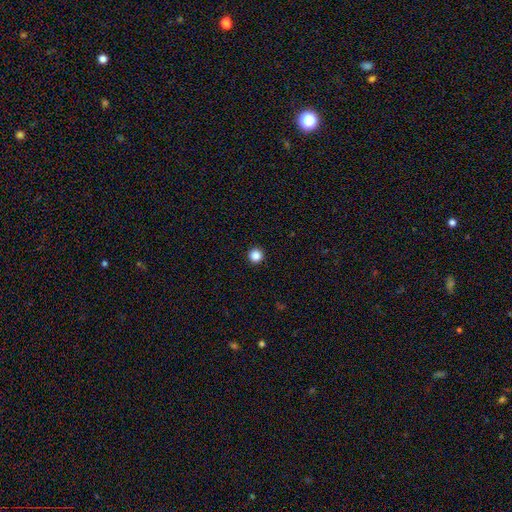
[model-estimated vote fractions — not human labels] Overall: smooth (86%). How rounded: round (97%). Merging: none (94%).